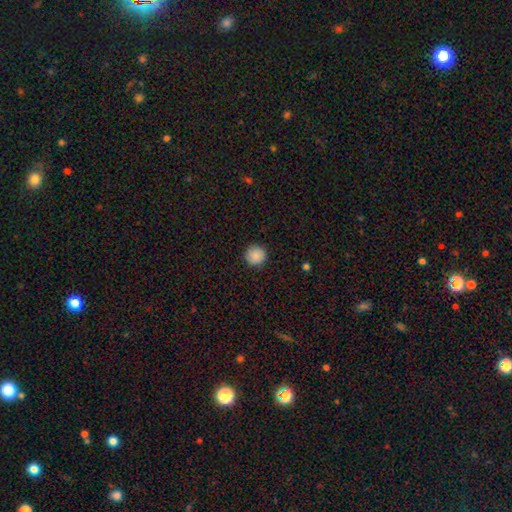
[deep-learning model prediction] Morphology: type=smooth (88%); roundness=round (96%); merging=none (92%).